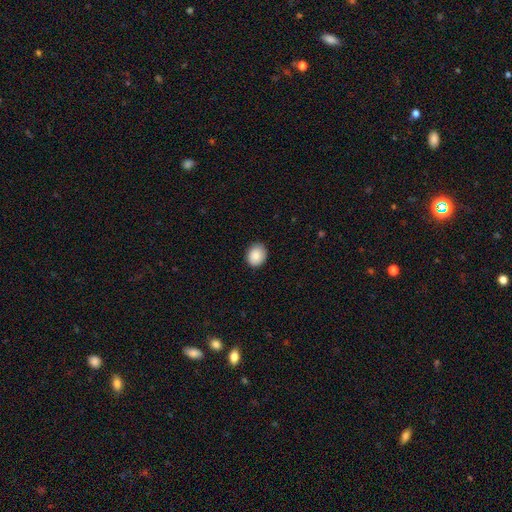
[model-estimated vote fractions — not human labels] Smooth or featured: smooth — 88% (star or artifact — 8%)
How rounded: round — 54% (in between — 46%)
Merging: none — 87% (minor disturbance — 10%)